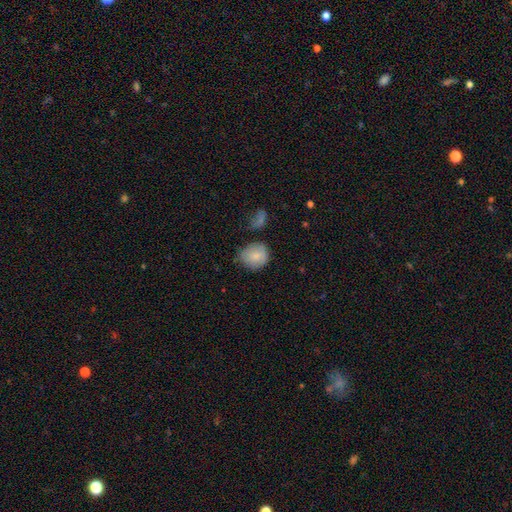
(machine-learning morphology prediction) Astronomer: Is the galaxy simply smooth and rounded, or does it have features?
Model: smooth — 81%.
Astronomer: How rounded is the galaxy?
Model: round — 75%.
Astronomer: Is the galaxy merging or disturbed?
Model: none — 62%.